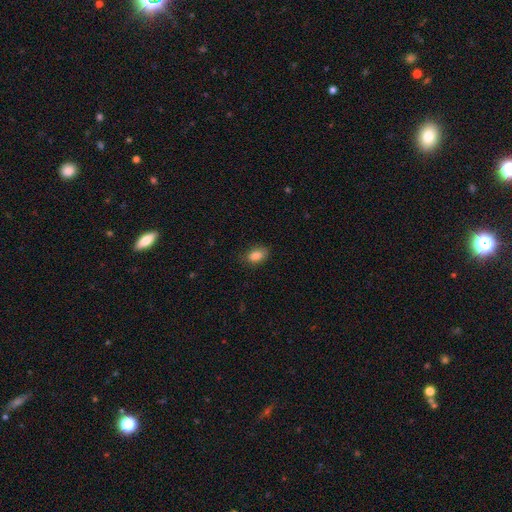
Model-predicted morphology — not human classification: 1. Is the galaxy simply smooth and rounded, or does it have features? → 86% smooth, 8% star or artifact, 5% featured or disk.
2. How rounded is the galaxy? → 87% in between, 11% round, 2% cigar-shaped.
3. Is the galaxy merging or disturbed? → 79% none, 16% minor disturbance, 3% major disturbance, 1% merger.